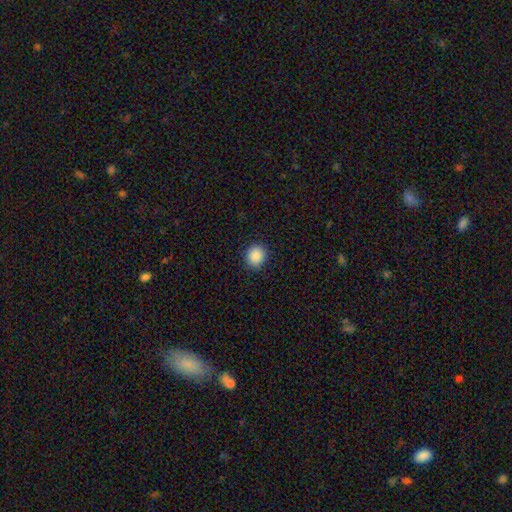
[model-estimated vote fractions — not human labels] smooth 89%, star or artifact 9%, featured or disk 3%. Down the decision tree: how rounded — round (84%); merging — none (90%).